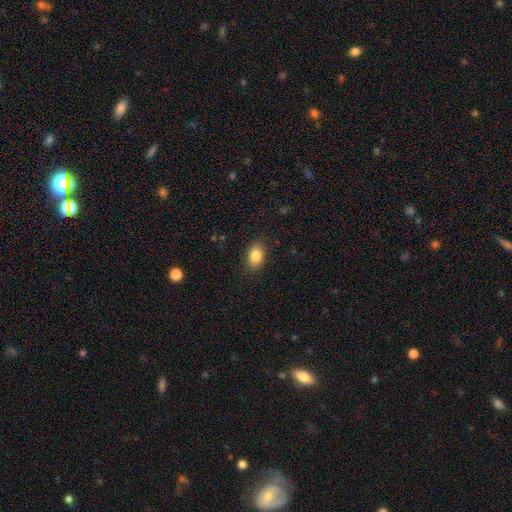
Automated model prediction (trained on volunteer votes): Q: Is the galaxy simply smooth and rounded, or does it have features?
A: smooth — 85%.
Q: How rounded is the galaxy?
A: in between — 83%.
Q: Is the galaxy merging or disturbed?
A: none — 87%.